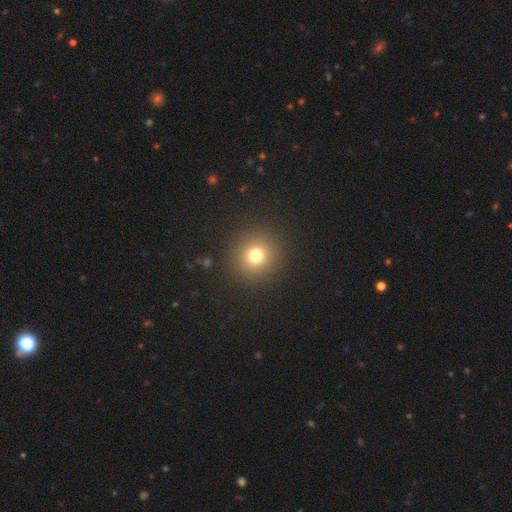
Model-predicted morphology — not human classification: Smooth or featured?
  - smooth: 75% *
  - star or artifact: 17%
  - featured or disk: 8%
How rounded?
  - round: 93% *
  - in between: 6%
  - cigar-shaped: 1%
Merging?
  - none: 91% *
  - minor disturbance: 5%
  - major disturbance: 3%
  - merger: 1%